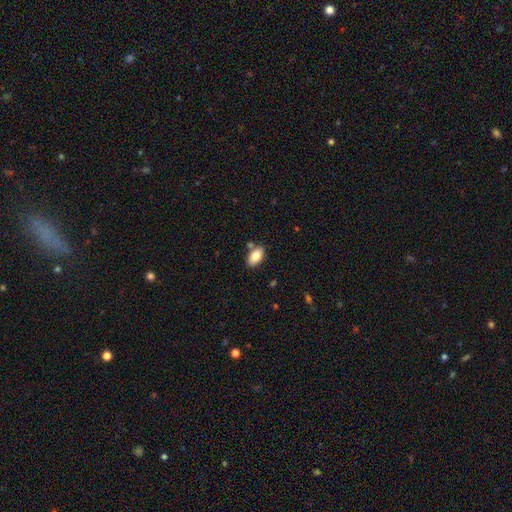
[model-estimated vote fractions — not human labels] Smooth or featured? smooth (83%)
How rounded? in between (93%)
Merging? none (77%)